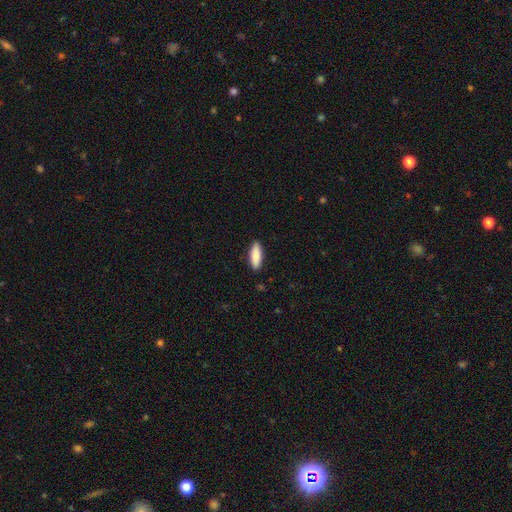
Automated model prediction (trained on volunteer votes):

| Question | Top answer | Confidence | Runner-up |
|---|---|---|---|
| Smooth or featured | smooth | 88% | featured or disk (7%) |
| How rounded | in between | 55% | cigar-shaped (43%) |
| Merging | none | 90% | minor disturbance (8%) |